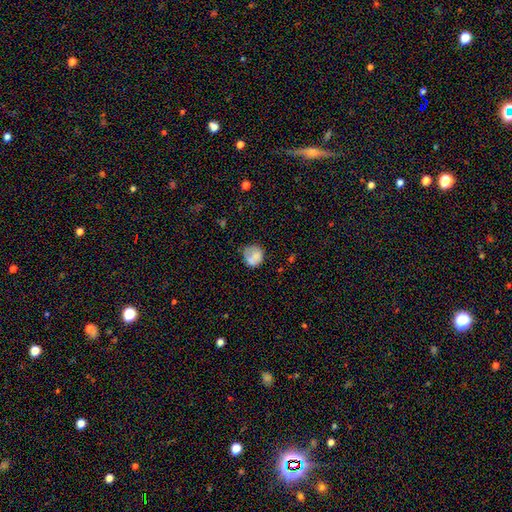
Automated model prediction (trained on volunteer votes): smooth-or-featured: smooth: 72% | featured or disk: 19% | star or artifact: 9%
  how-rounded: round: 78% | in between: 21% | cigar-shaped: 1%
  merging: none: 53% | minor disturbance: 25% | major disturbance: 12% | merger: 10%